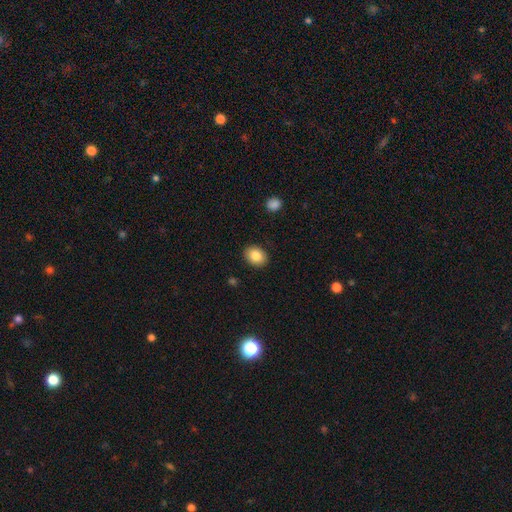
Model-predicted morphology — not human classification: smooth-or-featured: smooth: 85% | star or artifact: 8% | featured or disk: 7%
  how-rounded: in between: 61% | round: 38% | cigar-shaped: 1%
  merging: none: 89% | minor disturbance: 7% | major disturbance: 2% | merger: 1%